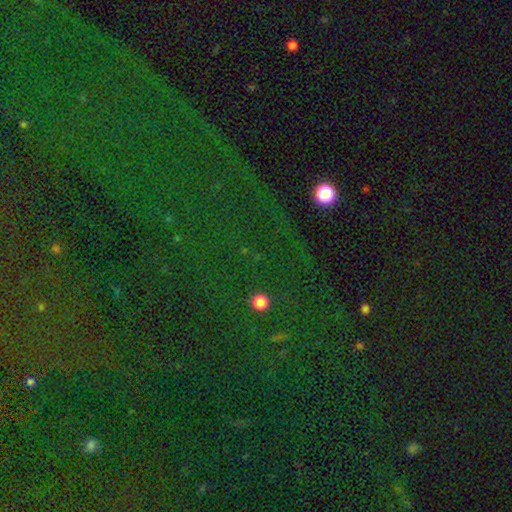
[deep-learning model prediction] Smooth or featured: star or artifact — 83% (smooth — 9%)